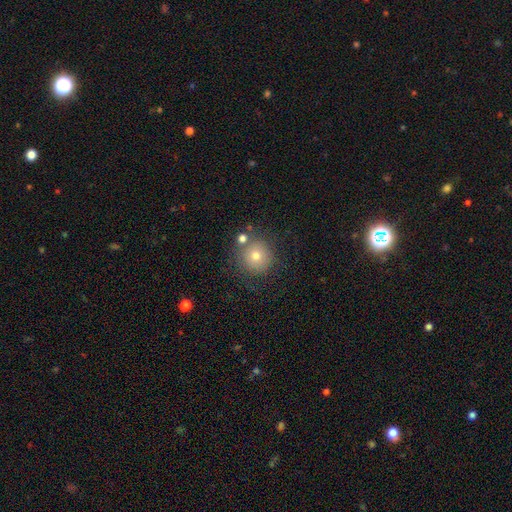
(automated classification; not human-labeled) A smooth galaxy with no disk features (73%) that is round (94%). Merging: none (74%).